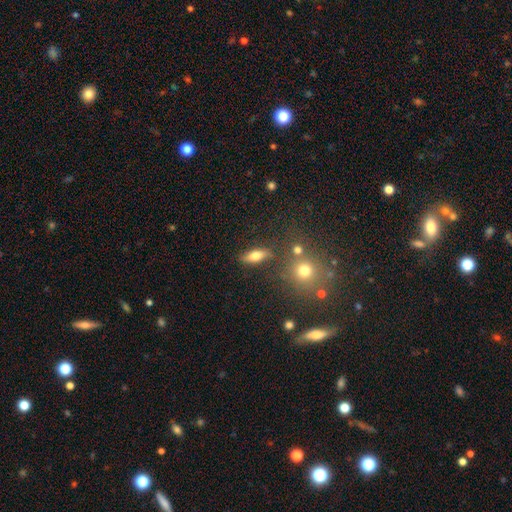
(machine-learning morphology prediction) A smooth galaxy with no disk features (68%) that is in between round and cigar-shaped (68%). Merging: none (79%).